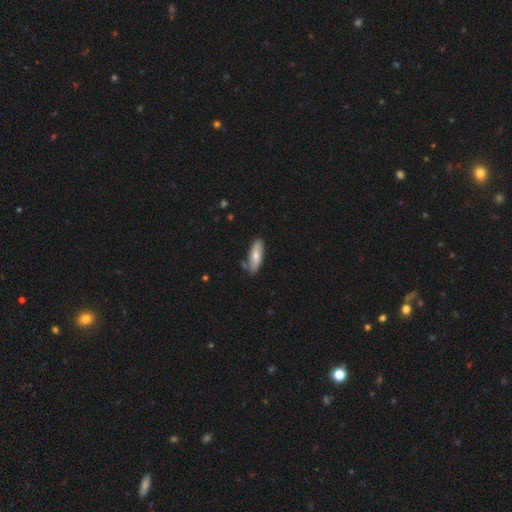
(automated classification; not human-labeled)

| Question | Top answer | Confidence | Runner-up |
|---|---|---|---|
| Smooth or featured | smooth | 65% | featured or disk (29%) |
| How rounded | in between | 62% | cigar-shaped (36%) |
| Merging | none | 76% | minor disturbance (17%) |